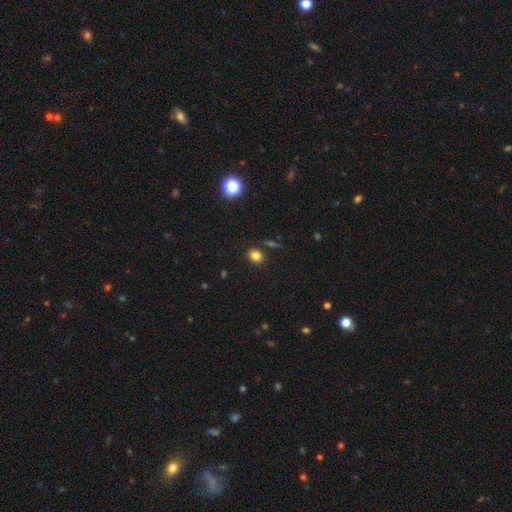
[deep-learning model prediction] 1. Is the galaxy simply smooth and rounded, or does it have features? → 79% smooth, 15% star or artifact, 6% featured or disk.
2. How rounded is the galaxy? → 66% round, 33% in between, 1% cigar-shaped.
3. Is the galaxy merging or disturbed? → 85% none, 9% minor disturbance, 4% merger, 2% major disturbance.